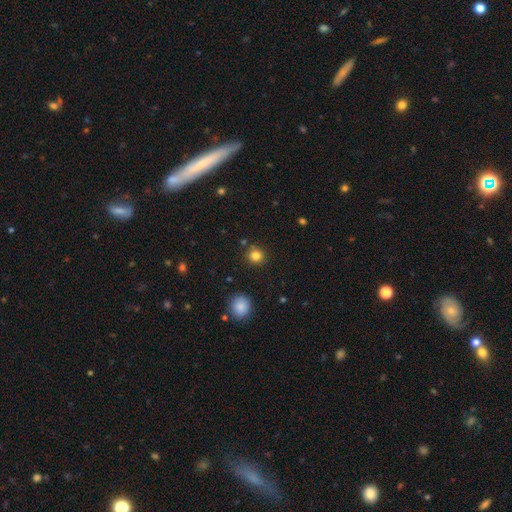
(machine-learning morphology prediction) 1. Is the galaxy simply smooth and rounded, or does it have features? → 82% smooth, 12% star or artifact, 5% featured or disk.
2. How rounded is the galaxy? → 90% round, 9% in between, 1% cigar-shaped.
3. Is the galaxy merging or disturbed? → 86% none, 8% minor disturbance, 4% merger, 2% major disturbance.